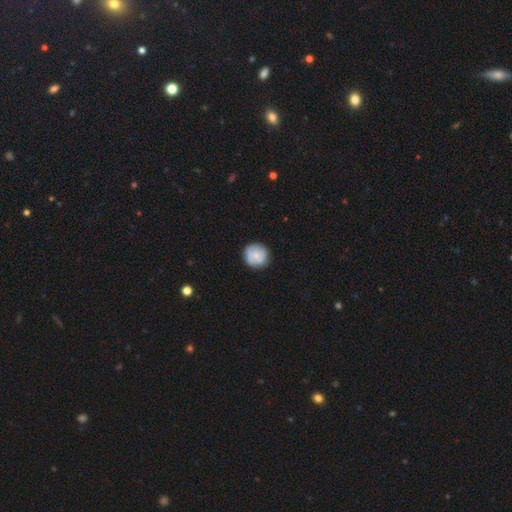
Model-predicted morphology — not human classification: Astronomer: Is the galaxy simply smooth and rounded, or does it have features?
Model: smooth — 68%.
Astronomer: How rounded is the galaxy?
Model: round — 93%.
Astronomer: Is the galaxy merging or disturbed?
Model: none — 76%.